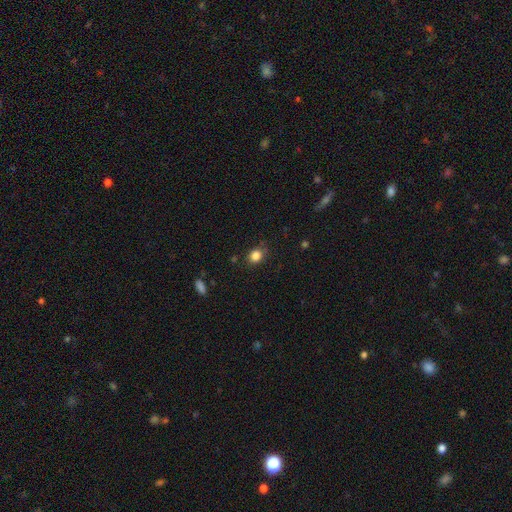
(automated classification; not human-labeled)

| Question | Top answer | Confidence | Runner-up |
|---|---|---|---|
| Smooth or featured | smooth | 84% | star or artifact (11%) |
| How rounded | round | 50% | in between (48%) |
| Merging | none | 79% | minor disturbance (16%) |